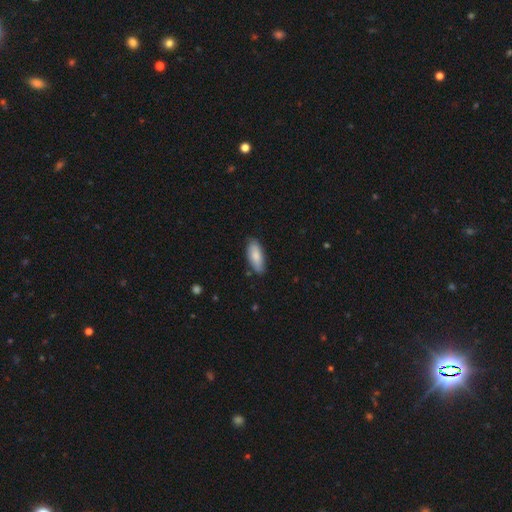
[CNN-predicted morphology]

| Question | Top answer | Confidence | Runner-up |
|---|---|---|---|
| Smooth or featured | smooth | 82% | featured or disk (13%) |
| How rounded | in between | 81% | cigar-shaped (17%) |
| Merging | none | 81% | minor disturbance (15%) |